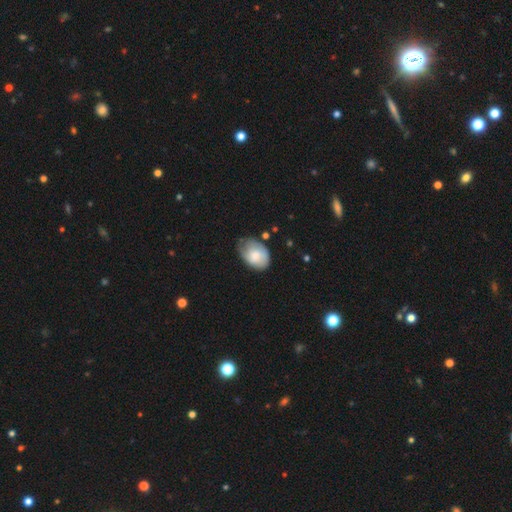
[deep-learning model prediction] The model was most divided on "merging": none: 47%, minor disturbance: 39%, major disturbance: 11%, merger: 3%. More confident: how rounded — in between (80%); smooth or featured — smooth (70%).